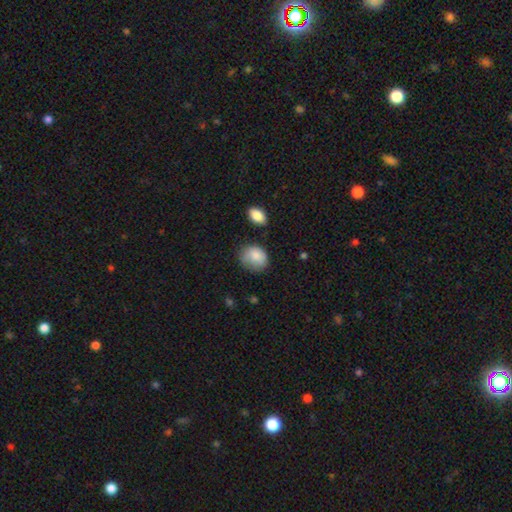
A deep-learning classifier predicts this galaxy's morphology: type=smooth (84%); roundness=round (55%); merging=none (58%).